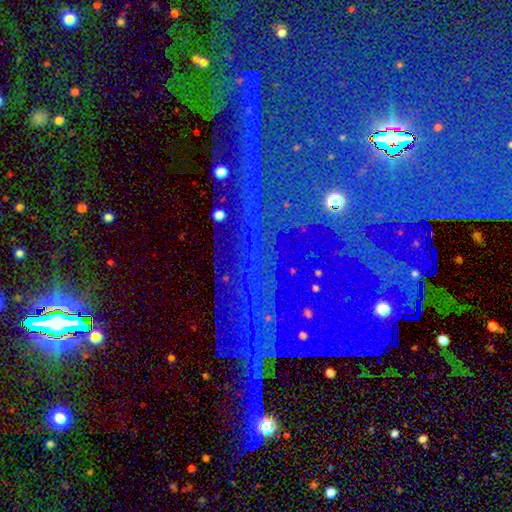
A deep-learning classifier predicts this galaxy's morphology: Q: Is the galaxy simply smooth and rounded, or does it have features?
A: star or artifact — 86%.